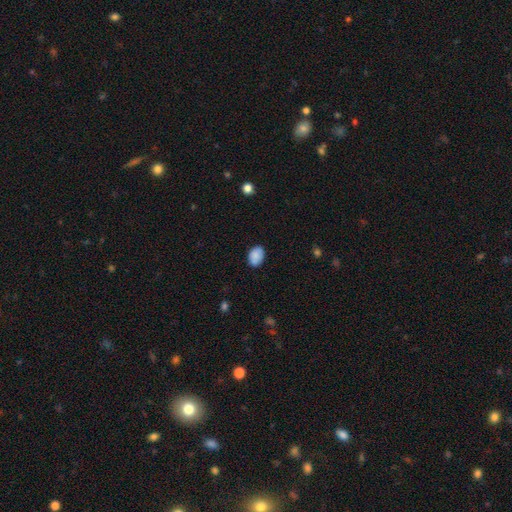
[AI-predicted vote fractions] A smooth galaxy with no disk features (88%) that is in between round and cigar-shaped (78%).

Vote fractions:
- Smooth or featured? smooth: 88% / star or artifact: 7% / featured or disk: 4%
- How rounded? in between: 78% / round: 21% / cigar-shaped: 1%
- Merging? none: 83% / minor disturbance: 14% / major disturbance: 3% / merger: 1%